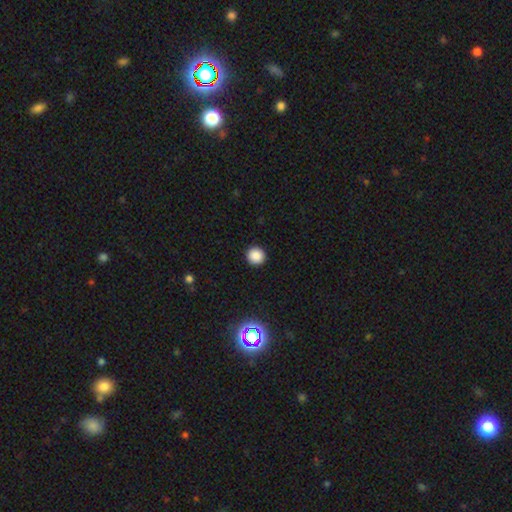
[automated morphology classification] smooth-or-featured: smooth: 86% | star or artifact: 11% | featured or disk: 3%
  how-rounded: round: 94% | in between: 5% | cigar-shaped: 1%
  merging: none: 93% | minor disturbance: 5% | major disturbance: 2% | merger: 1%